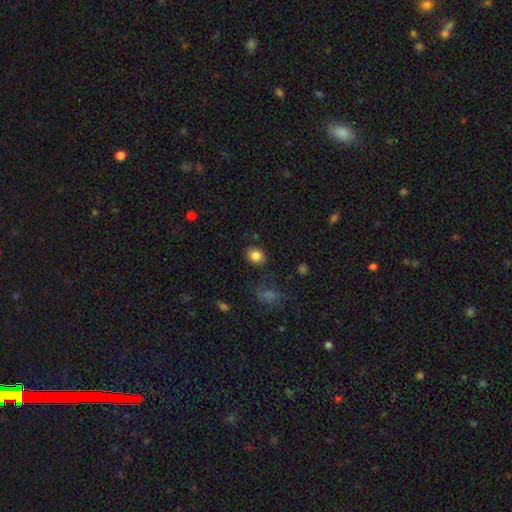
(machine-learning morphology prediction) type=smooth (84%); roundness=round (50%); merging=none (81%).